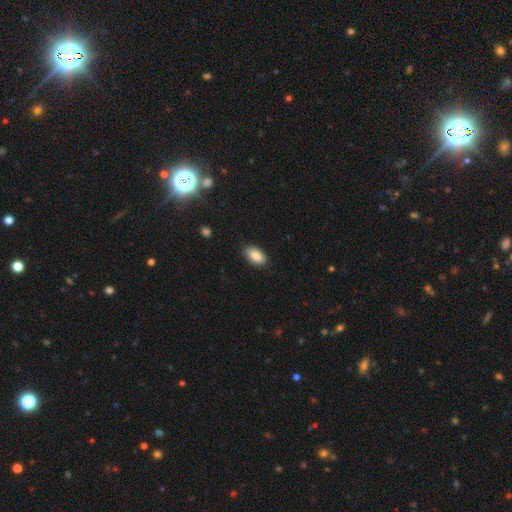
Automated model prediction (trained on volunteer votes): Overall: smooth (85%). How rounded: in between (93%). Merging: none (84%).